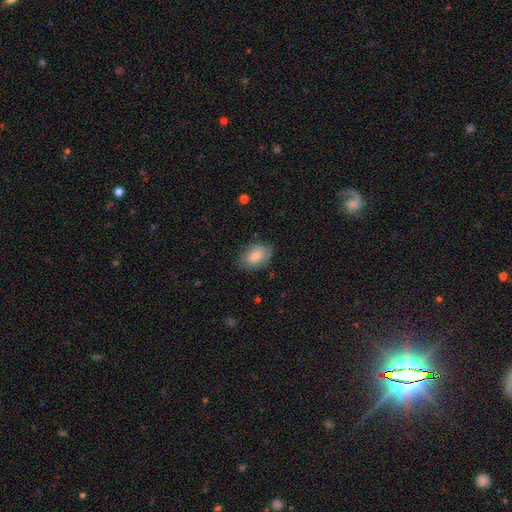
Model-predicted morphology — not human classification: smooth 78%, featured or disk 15%, star or artifact 7%. Down the decision tree: how rounded — in between (81%); merging — none (73%).